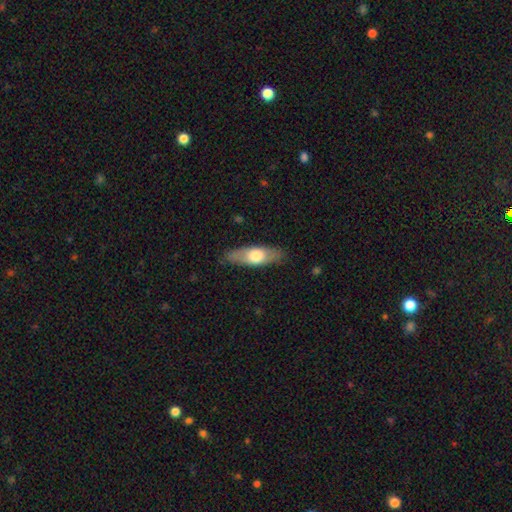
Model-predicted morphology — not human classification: Q: Smooth or featured?
A: smooth (59%); runner-up: featured or disk (35%)
Q: How rounded?
A: in between (60%); runner-up: cigar-shaped (37%)
Q: Merging?
A: none (84%); runner-up: minor disturbance (12%)